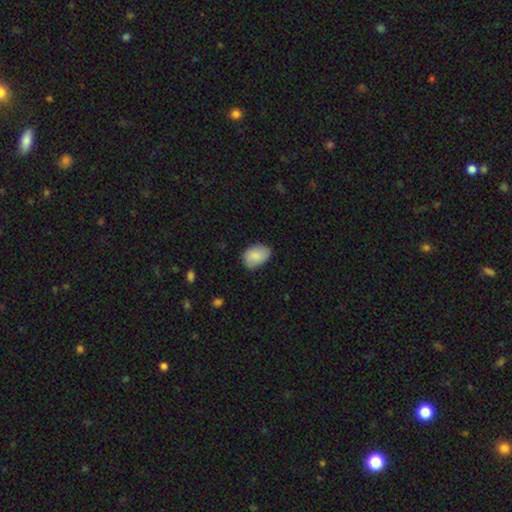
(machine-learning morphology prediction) A smooth galaxy with no disk features (86%) that is in between round and cigar-shaped (82%). Merging: none (74%).